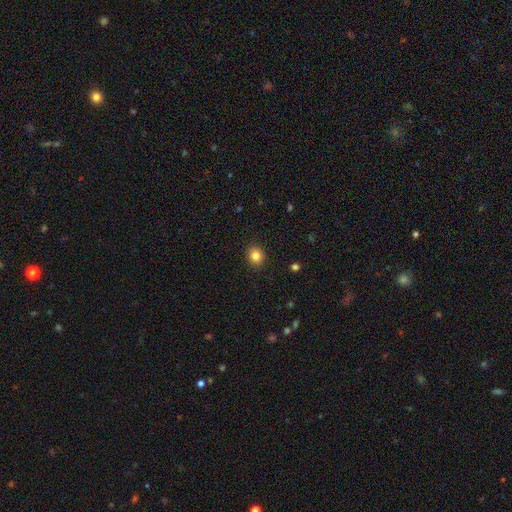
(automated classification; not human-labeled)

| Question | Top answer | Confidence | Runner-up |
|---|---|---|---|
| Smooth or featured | smooth | 84% | star or artifact (10%) |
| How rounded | round | 68% | in between (31%) |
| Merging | none | 90% | minor disturbance (7%) |